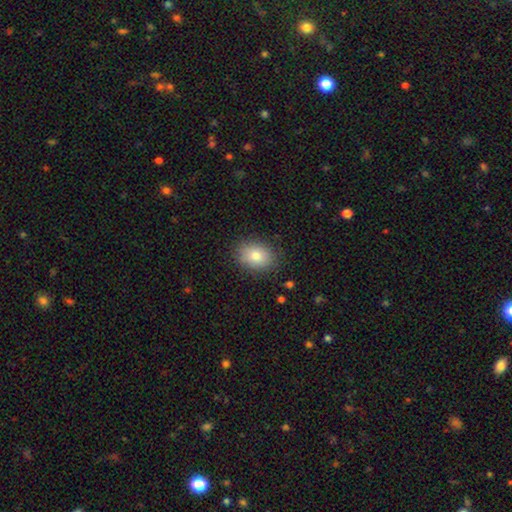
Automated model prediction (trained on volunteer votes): The model was most divided on "how rounded": in between: 66%, round: 33%, cigar-shaped: 1%. More confident: merging — none (86%); smooth or featured — smooth (82%).